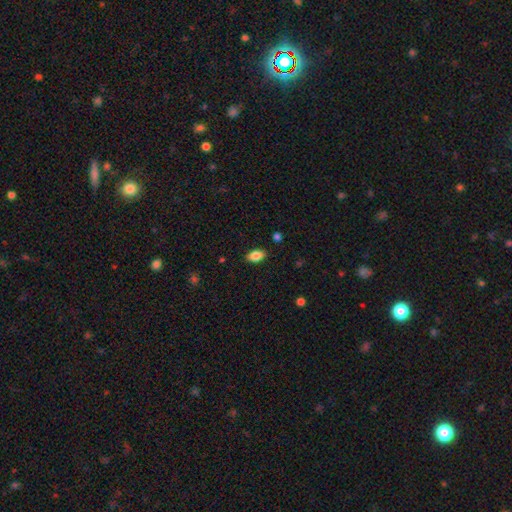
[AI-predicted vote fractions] Smooth or featured: smooth — 86% (star or artifact — 8%)
How rounded: in between — 90% (round — 7%)
Merging: none — 87% (minor disturbance — 10%)